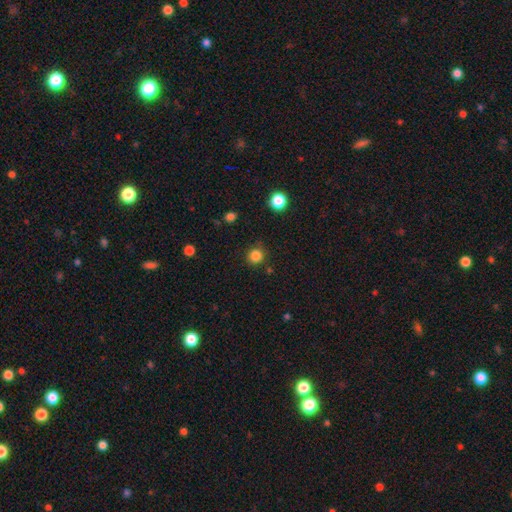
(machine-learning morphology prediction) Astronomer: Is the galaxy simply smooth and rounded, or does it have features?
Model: smooth — 83%.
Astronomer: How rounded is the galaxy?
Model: round — 92%.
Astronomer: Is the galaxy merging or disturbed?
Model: none — 84%.